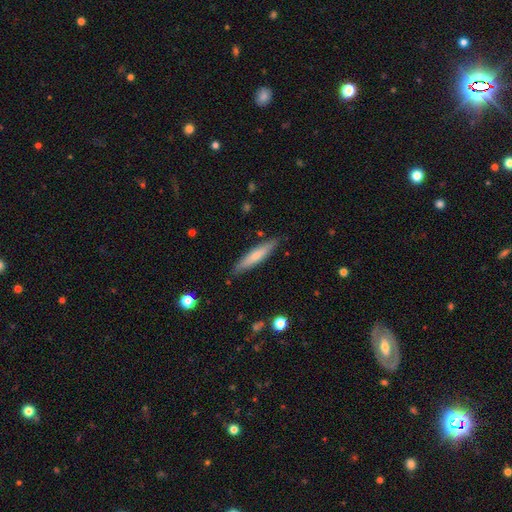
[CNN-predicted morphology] Q: Smooth or featured?
A: smooth (62%); runner-up: featured or disk (33%)
Q: How rounded?
A: cigar-shaped (88%); runner-up: in between (11%)
Q: Merging?
A: none (86%); runner-up: minor disturbance (10%)